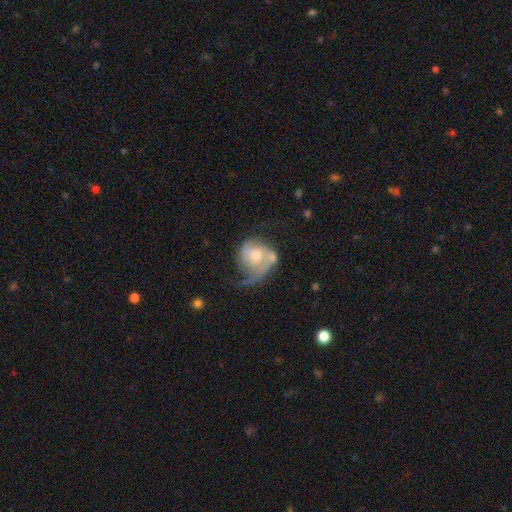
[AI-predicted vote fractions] The model was most divided on "merging": major disturbance: 33%, none: 29%, minor disturbance: 24%, merger: 14%. More confident: edge-on disk — no (97%); spiral arms — yes (79%); bar — no (70%); smooth or featured — featured or disk (63%); bulge size — moderate (59%).